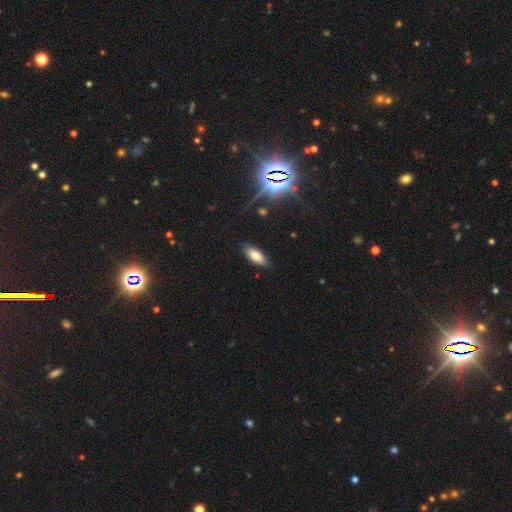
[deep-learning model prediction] Smooth or featured? Predicted: smooth (p=0.80). How rounded? Predicted: in between (p=0.81). Merging? Predicted: none (p=0.85).